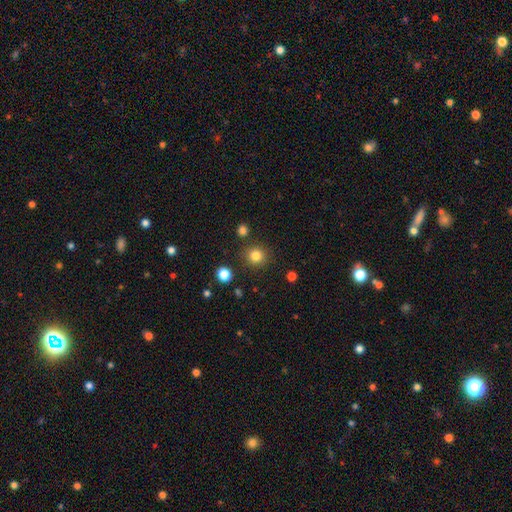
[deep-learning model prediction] This is clearly a smooth galaxy (83%). How rounded: clearly round (91%). Merging: clearly none (88%).